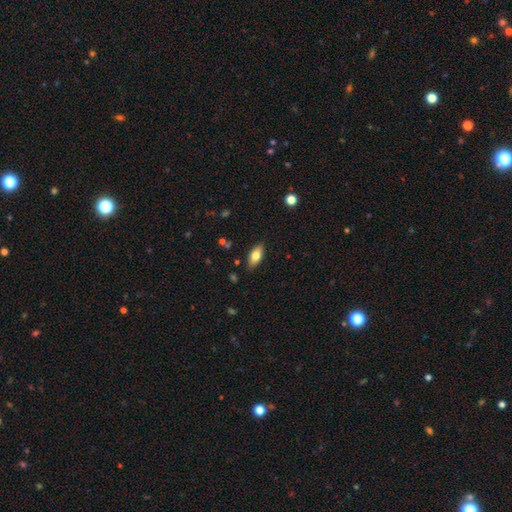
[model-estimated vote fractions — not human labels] smooth-or-featured: smooth: 73% | featured or disk: 20% | star or artifact: 7%
  how-rounded: in between: 86% | cigar-shaped: 11% | round: 3%
  merging: none: 86% | minor disturbance: 10% | major disturbance: 2% | merger: 1%